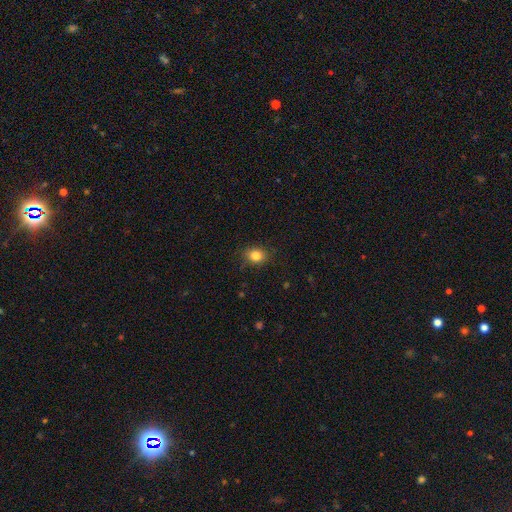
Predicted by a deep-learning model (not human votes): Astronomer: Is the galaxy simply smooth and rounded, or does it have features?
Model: smooth — 83%.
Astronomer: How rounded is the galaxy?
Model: round — 58% (runner-up: in between, 41%).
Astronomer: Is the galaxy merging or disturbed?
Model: none — 85%.